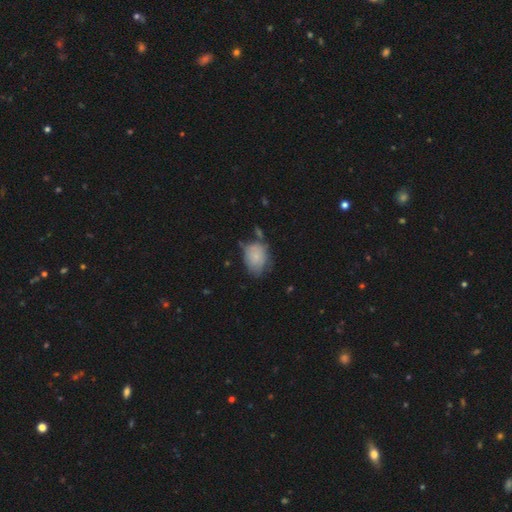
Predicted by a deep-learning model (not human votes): Smooth or featured? Predicted: smooth (p=0.74). How rounded? Predicted: in between (p=0.70). Merging? Predicted: none (p=0.44).